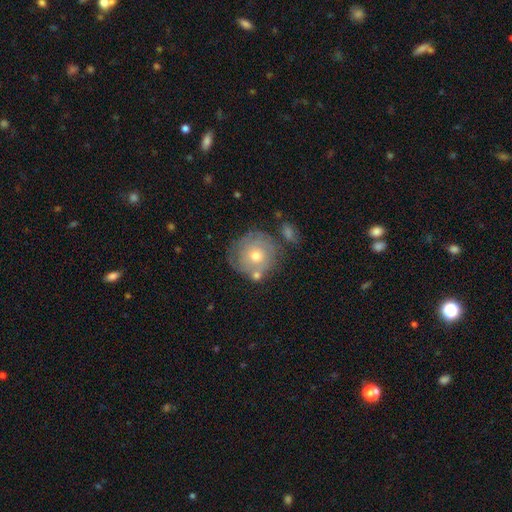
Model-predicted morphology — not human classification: Smooth or featured: featured or disk — 54% (smooth — 38%)
Edge-on disk: no — 97% (yes — 3%)
Bar: no — 86% (weak — 12%)
Spiral arms: yes — 68% (no — 32%)
Bulge size: moderate — 67% (small — 28%)
Merging: none — 66% (minor disturbance — 17%)